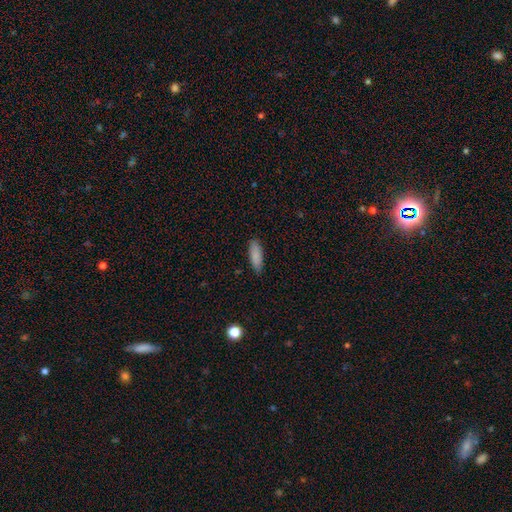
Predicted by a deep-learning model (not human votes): Overall: smooth (87%). How rounded: in between (52%; cigar-shaped 46%). Merging: none (86%).